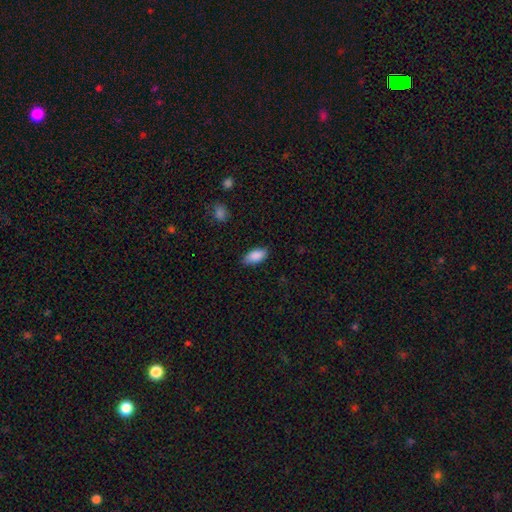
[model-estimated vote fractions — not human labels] Smooth or featured? smooth (89%)
How rounded? in between (92%)
Merging? none (83%)